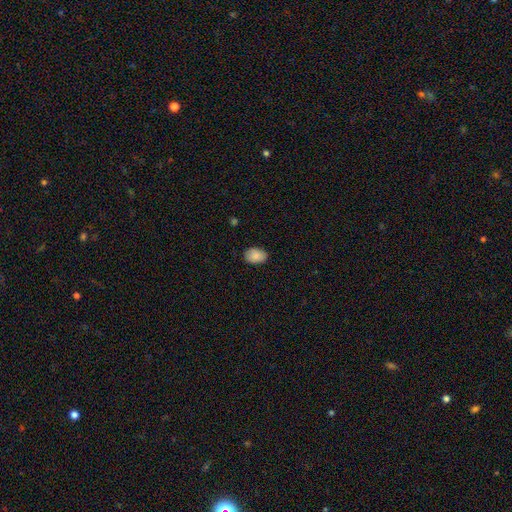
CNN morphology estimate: This is clearly a smooth galaxy (88%). How rounded: clearly in between (83%). Merging: clearly none (83%).